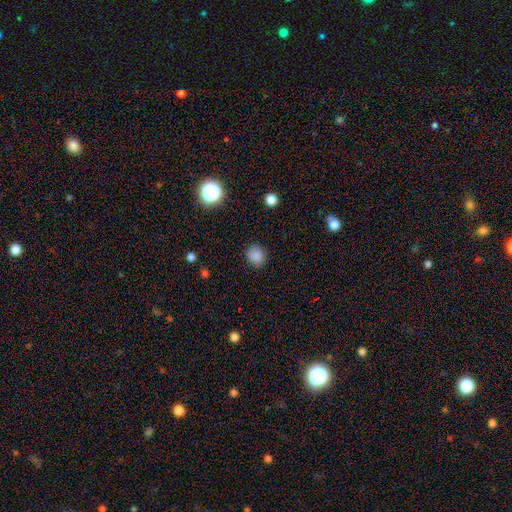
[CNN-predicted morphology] This is clearly a smooth galaxy (85%). How rounded: likely round (73%). Merging: clearly none (87%).